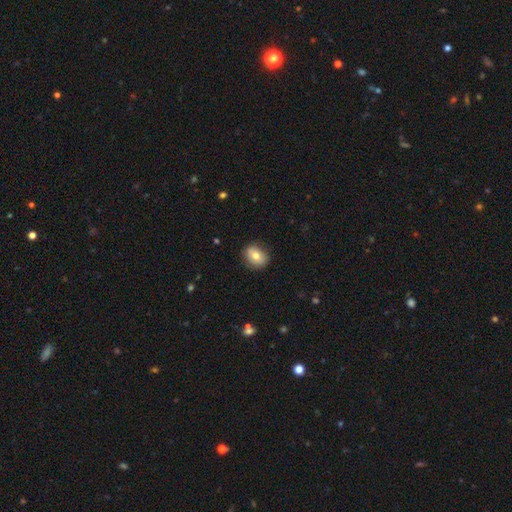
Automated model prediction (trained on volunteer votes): Morphology: type=smooth (76%); roundness=in between (55%); merging=none (84%).